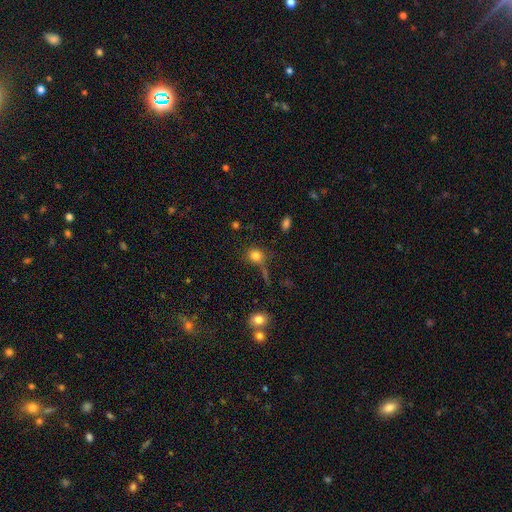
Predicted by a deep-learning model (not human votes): Smooth or featured?
  - smooth: 82% *
  - star or artifact: 12%
  - featured or disk: 6%
How rounded?
  - round: 71% *
  - in between: 27%
  - cigar-shaped: 2%
Merging?
  - none: 67% *
  - minor disturbance: 14%
  - merger: 12%
  - major disturbance: 7%